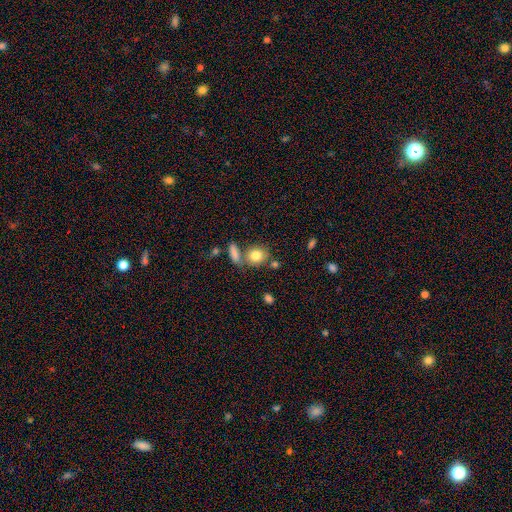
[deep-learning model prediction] The model was most divided on "how rounded": round: 63%, in between: 35%, cigar-shaped: 2%. More confident: smooth or featured — smooth (79%); merging — none (60%).